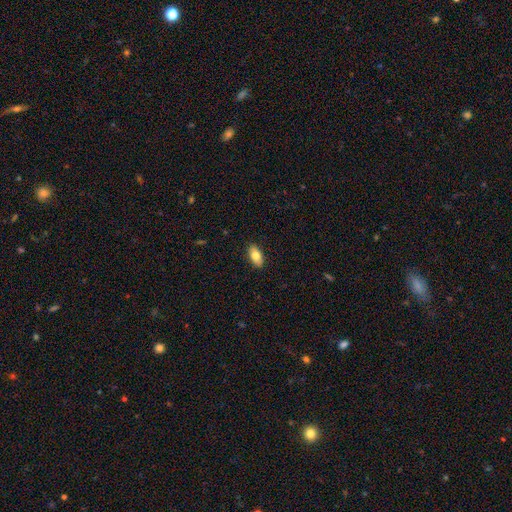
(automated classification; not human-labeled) This appears to be a smooth galaxy with no disk features (79%) that is in between round and cigar-shaped (91%). Merging: none (90%).